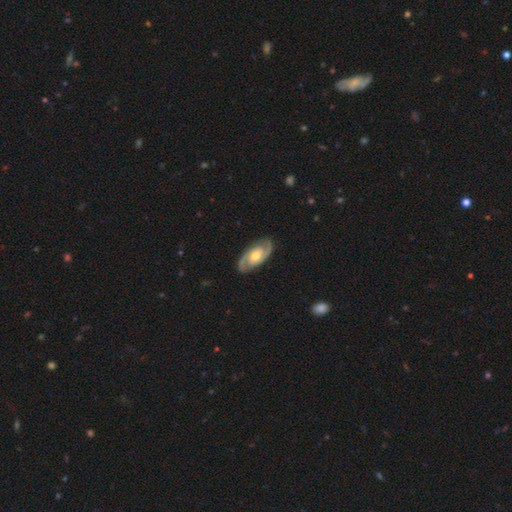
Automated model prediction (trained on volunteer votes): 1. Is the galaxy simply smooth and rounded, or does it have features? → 88% featured or disk, 8% smooth, 4% star or artifact.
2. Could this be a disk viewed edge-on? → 96% no, 4% yes.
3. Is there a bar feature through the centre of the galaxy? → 58% no, 33% weak, 10% strong.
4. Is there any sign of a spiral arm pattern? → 97% yes, 3% no.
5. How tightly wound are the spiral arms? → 50% tight, 42% medium, 8% loose.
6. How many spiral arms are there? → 92% 2, 3% can't tell, 1% 3, 1% 1, 1% 4, 1% more than 4.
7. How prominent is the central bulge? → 70% moderate, 20% small, 7% large, 2% none, 1% dominant.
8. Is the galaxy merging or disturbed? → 87% none, 10% minor disturbance, 2% major disturbance, 1% merger.